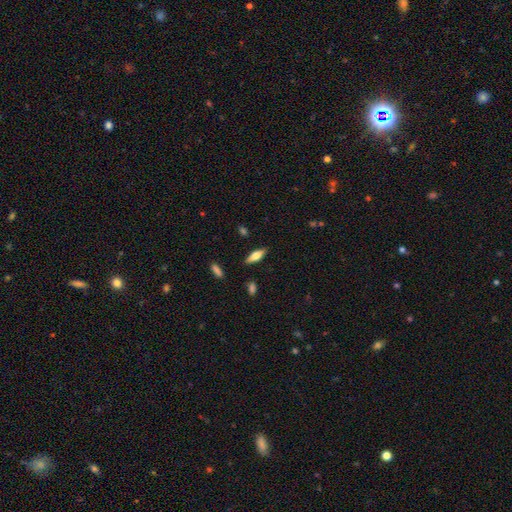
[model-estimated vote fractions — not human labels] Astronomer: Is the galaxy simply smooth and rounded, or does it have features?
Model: smooth — 57% (runner-up: featured or disk, 36%).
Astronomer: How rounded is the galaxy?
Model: in between — 55% (runner-up: cigar-shaped, 42%).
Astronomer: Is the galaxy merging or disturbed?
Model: none — 86%.